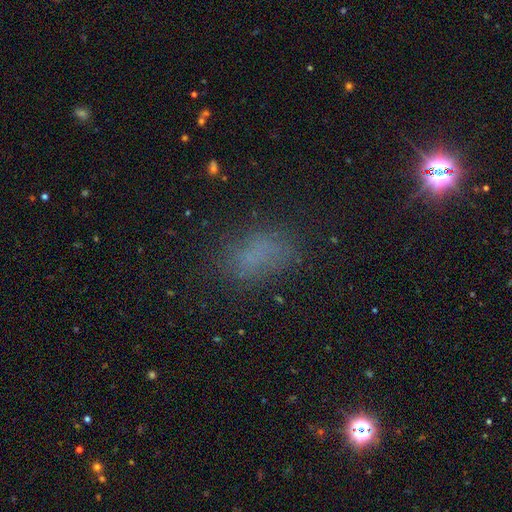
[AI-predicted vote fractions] Smooth or featured?
  - smooth: 64% *
  - star or artifact: 24%
  - featured or disk: 12%
How rounded?
  - in between: 84% *
  - round: 12%
  - cigar-shaped: 4%
Merging?
  - none: 67% *
  - minor disturbance: 19%
  - major disturbance: 11%
  - merger: 2%